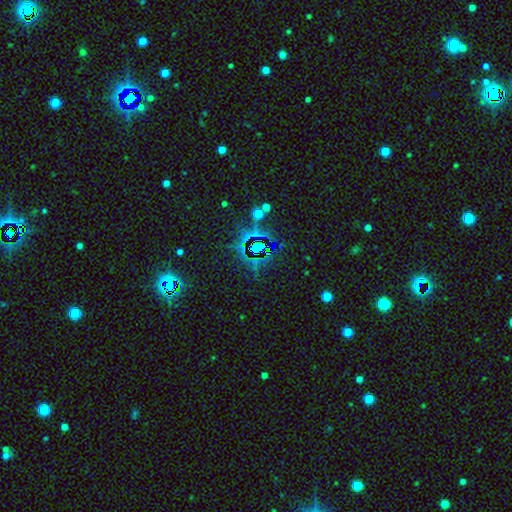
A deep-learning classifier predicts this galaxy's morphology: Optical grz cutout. It shows a star or artifact, not a galaxy (78%).